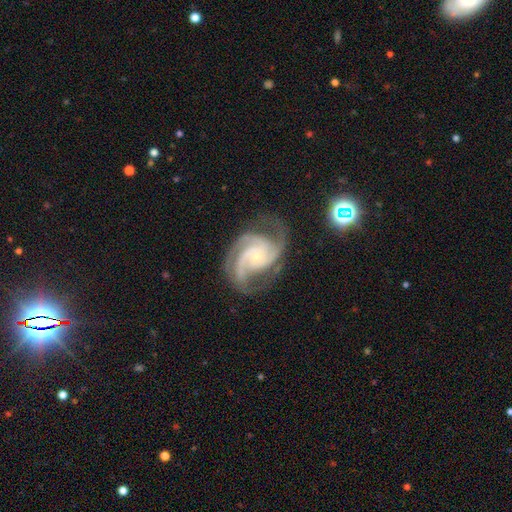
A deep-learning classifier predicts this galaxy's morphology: This is clearly a featured or disk galaxy (93%). It is clearly not viewed edge-on (98%). Bar: likely no (70%). Spiral arm pattern: clearly yes (99%). Spiral arm count: likely 3 (68%). Spiral winding: possibly medium (52%). Central bulge: likely small (79%). Merging: likely none (70%).